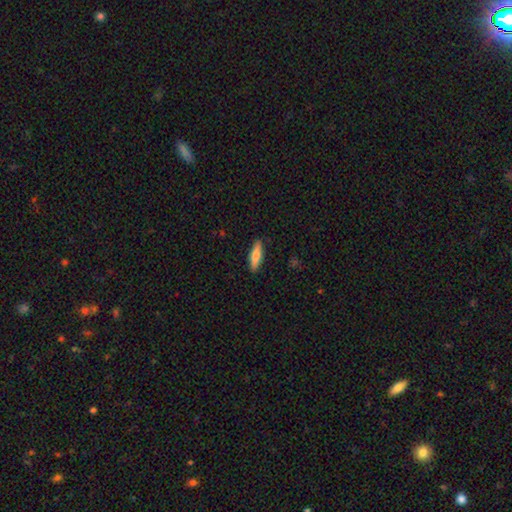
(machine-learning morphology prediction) smooth 73%, featured or disk 21%, star or artifact 6%. Down the decision tree: how rounded — cigar-shaped (66%); merging — none (89%).